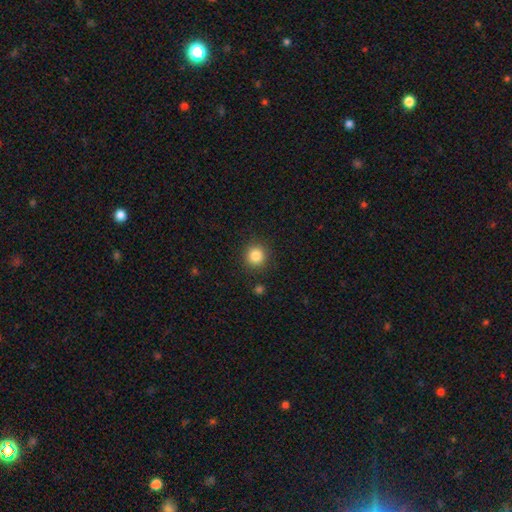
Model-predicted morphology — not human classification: smooth_or_featured: smooth (p=0.85) [alt: star or artifact p=0.11]
how_rounded: round (p=0.93) [alt: in between p=0.06]
merging: none (p=0.89) [alt: minor disturbance p=0.07]